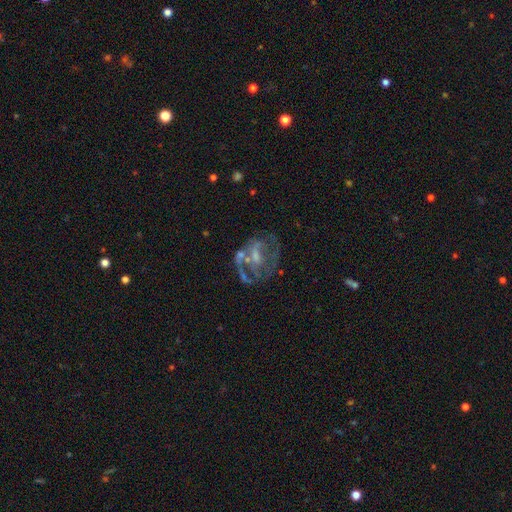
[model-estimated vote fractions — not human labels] Morphology: type=featured or disk (71%); edge-on=no (97%); bar=no (53%); spiral arms=no (59%); bulge=small (35%); merging=none (42%).